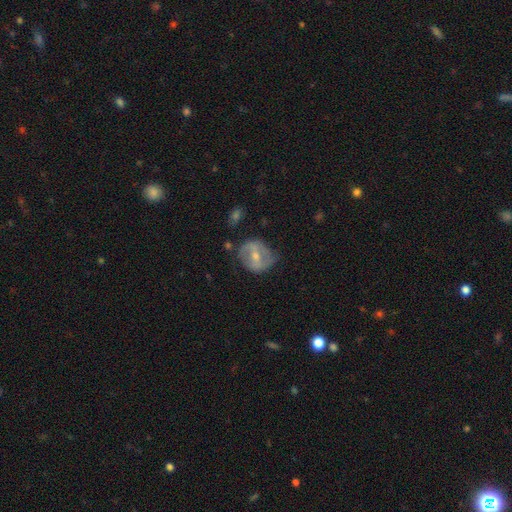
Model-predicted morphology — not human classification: smooth_or_featured: featured or disk (p=0.63) [alt: smooth p=0.31]
disk_edge_on: no (p=0.94) [alt: yes p=0.06]
bar: strong (p=0.41) [alt: weak p=0.40]
has_spiral_arms: yes (p=0.58) [alt: no p=0.42]
bulge_size: moderate (p=0.55) [alt: small p=0.41]
merging: none (p=0.60) [alt: minor disturbance p=0.26]